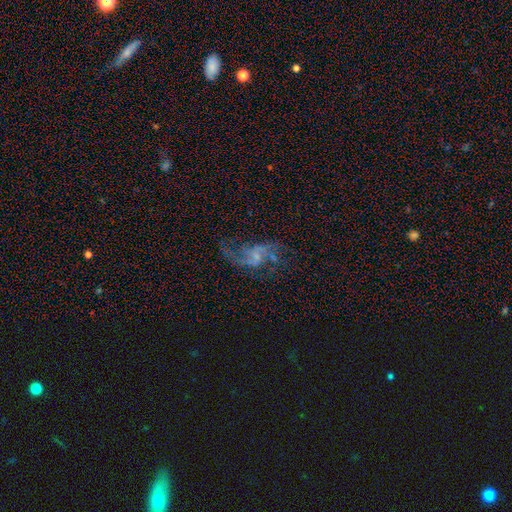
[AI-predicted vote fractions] featured or disk 79%, smooth 11%, star or artifact 10%. Down the decision tree: edge-on disk — no (97%); bar — no (47%); spiral arms — yes (88%); spiral arm count — 2 (74%); spiral winding — loose (74%); bulge size — small (45%); merging — none (49%).